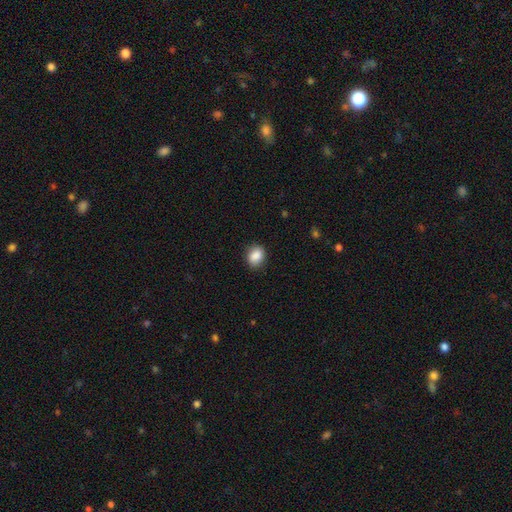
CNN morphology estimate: This is clearly a smooth galaxy (88%). How rounded: possibly in between (55%). Merging: clearly none (85%).